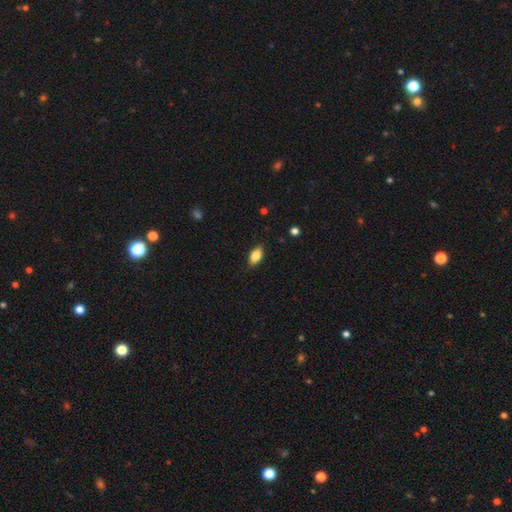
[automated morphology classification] Smooth or featured? Predicted: smooth (p=0.75). How rounded? Predicted: in between (p=0.87). Merging? Predicted: none (p=0.85).